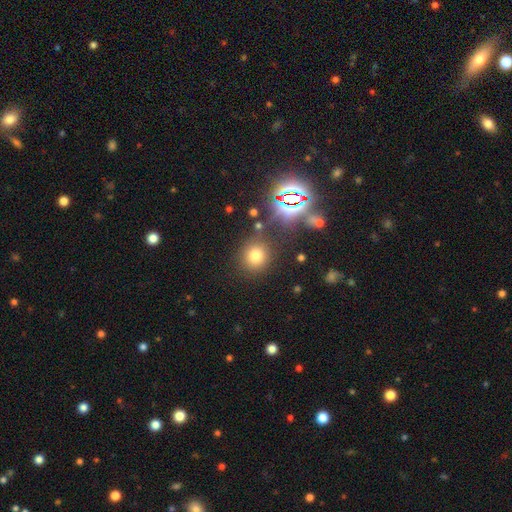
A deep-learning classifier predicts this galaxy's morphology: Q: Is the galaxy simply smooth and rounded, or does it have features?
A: smooth — 71%.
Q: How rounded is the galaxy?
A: round — 87%.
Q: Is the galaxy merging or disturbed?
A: none — 78%.